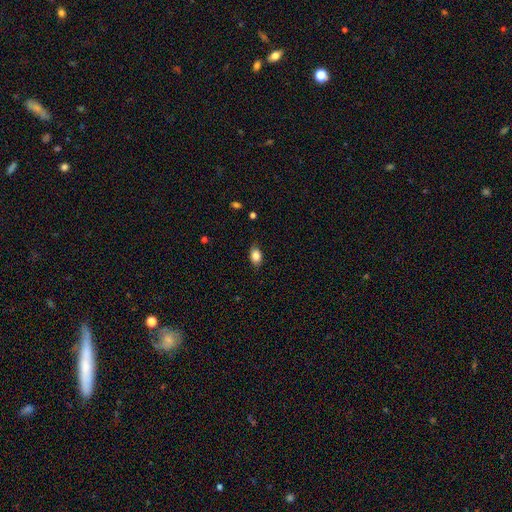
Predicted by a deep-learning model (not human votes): A smooth galaxy with no disk features (85%) that is in between round and cigar-shaped (83%). Merging: none (80%).